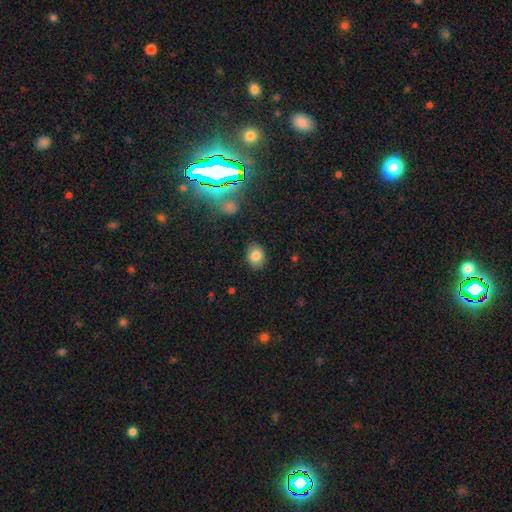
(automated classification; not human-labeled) A smooth galaxy with no disk features (82%) that is in between round and cigar-shaped (59%).

Vote fractions:
- Smooth or featured? smooth: 82% / star or artifact: 11% / featured or disk: 8%
- How rounded? in between: 59% / round: 40% / cigar-shaped: 1%
- Merging? none: 85% / minor disturbance: 11% / major disturbance: 3% / merger: 1%